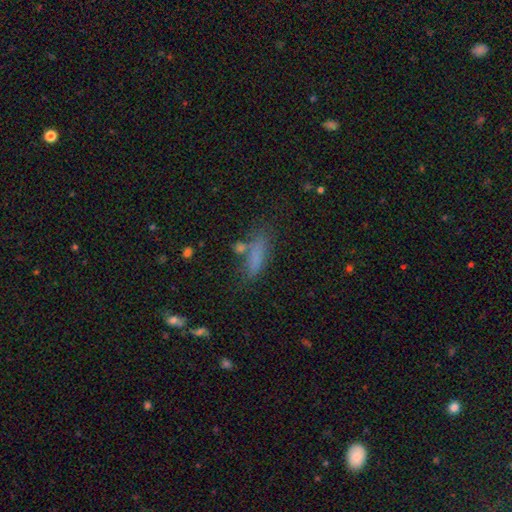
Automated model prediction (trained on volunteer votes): A smooth galaxy with no disk features (75%) that is cigar-shaped (62%).

Vote fractions:
- Smooth or featured? smooth: 75% / star or artifact: 12% / featured or disk: 12%
- How rounded? cigar-shaped: 62% / in between: 35% / round: 3%
- Merging? none: 66% / minor disturbance: 19% / merger: 8% / major disturbance: 8%